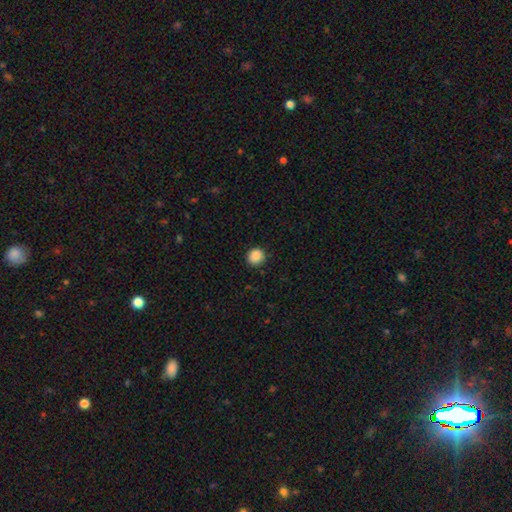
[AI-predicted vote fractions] Smooth or featured: smooth — 87% (star or artifact — 10%)
How rounded: round — 89% (in between — 10%)
Merging: none — 90% (minor disturbance — 7%)